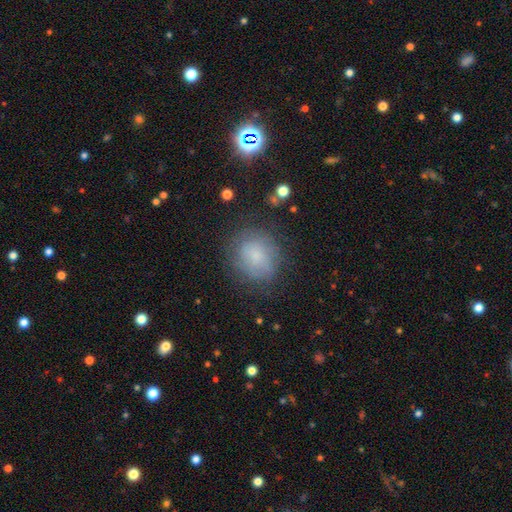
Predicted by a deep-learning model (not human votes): Morphology: type=smooth (66%); roundness=round (76%); merging=none (73%).